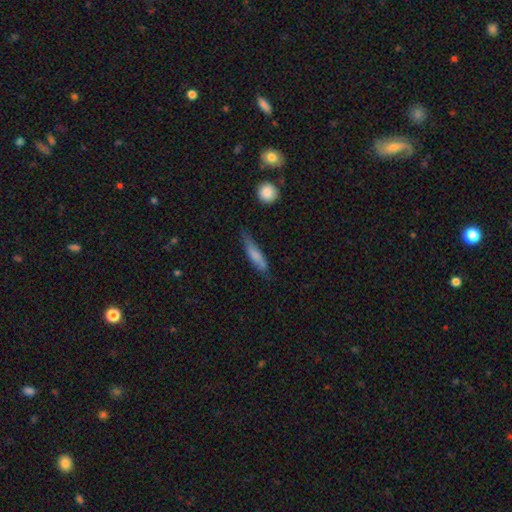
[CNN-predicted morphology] Smooth or featured? Predicted: smooth (p=0.69). How rounded? Predicted: cigar-shaped (p=0.80). Merging? Predicted: none (p=0.62).